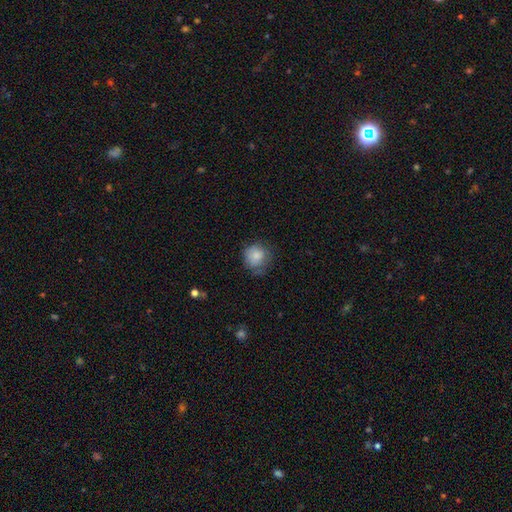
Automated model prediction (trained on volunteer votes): smooth 80%, featured or disk 11%, star or artifact 9%. Down the decision tree: how rounded — round (84%); merging — none (63%).